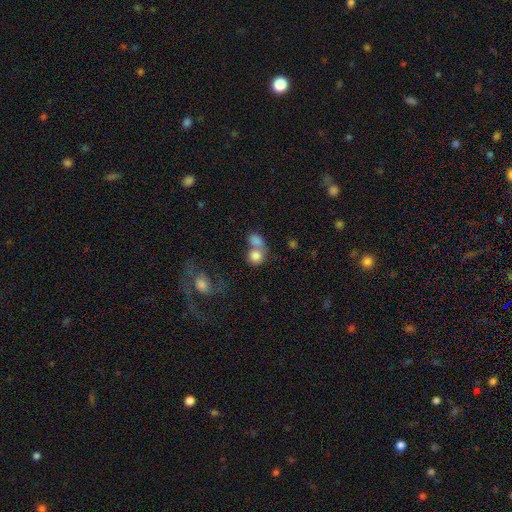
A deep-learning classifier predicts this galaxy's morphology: This is clearly a smooth galaxy (80%). How rounded: likely round (73%). Merging: possibly merger (57%).